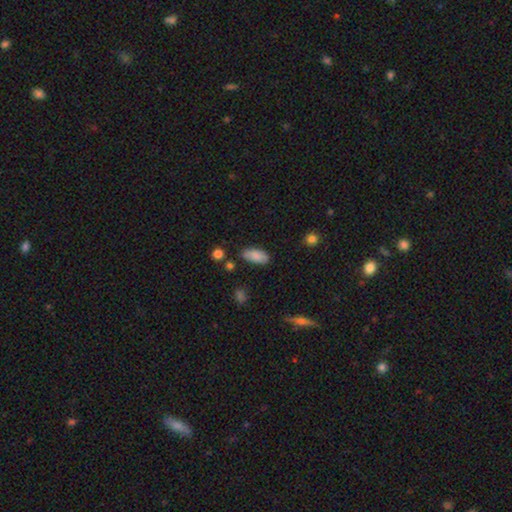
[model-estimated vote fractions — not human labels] Q: Smooth or featured?
A: smooth (87%); runner-up: star or artifact (7%)
Q: How rounded?
A: in between (90%); runner-up: cigar-shaped (8%)
Q: Merging?
A: none (82%); runner-up: minor disturbance (13%)